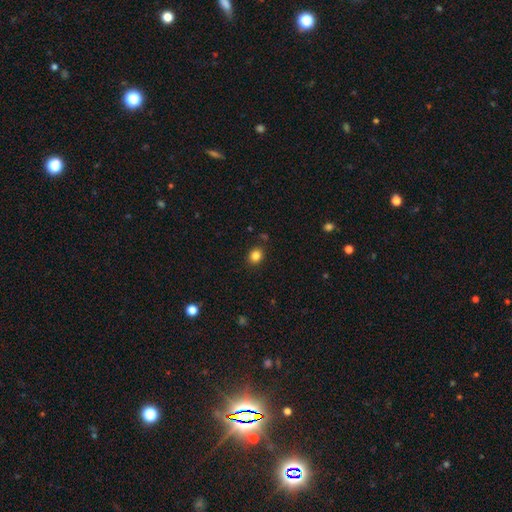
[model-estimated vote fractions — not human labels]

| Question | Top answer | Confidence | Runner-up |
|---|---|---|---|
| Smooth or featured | smooth | 84% | star or artifact (11%) |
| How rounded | round | 69% | in between (31%) |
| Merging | none | 88% | minor disturbance (8%) |